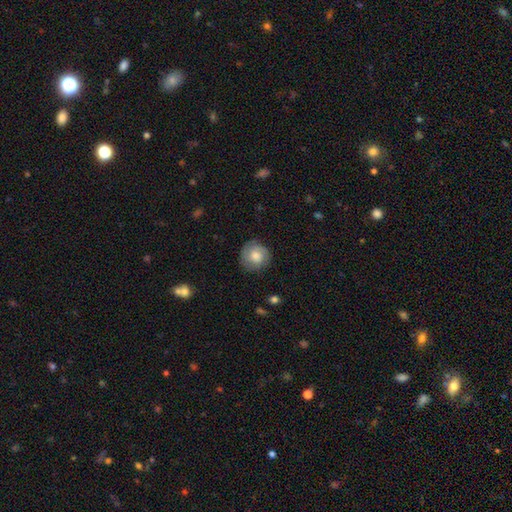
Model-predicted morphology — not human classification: smooth_or_featured: smooth (p=0.61) [alt: featured or disk p=0.32]
how_rounded: round (p=0.89) [alt: in between p=0.10]
merging: none (p=0.80) [alt: minor disturbance p=0.15]